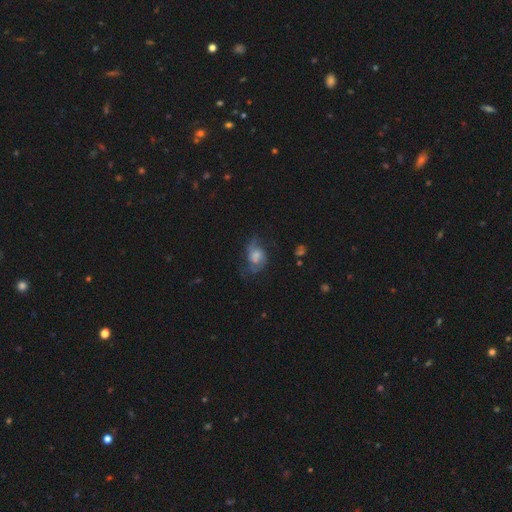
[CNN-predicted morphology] smooth-or-featured: featured or disk: 53% | smooth: 37% | star or artifact: 10%
  disk-edge-on: no: 96% | yes: 4%
    bar: no: 65% | weak: 30% | strong: 5%
    has-spiral-arms: yes: 79% | no: 21%
    bulge-size: moderate: 38% | small: 28% | large: 16% | none: 14% | dominant: 3%
  merging: none: 42% | major disturbance: 29% | minor disturbance: 26% | merger: 3%